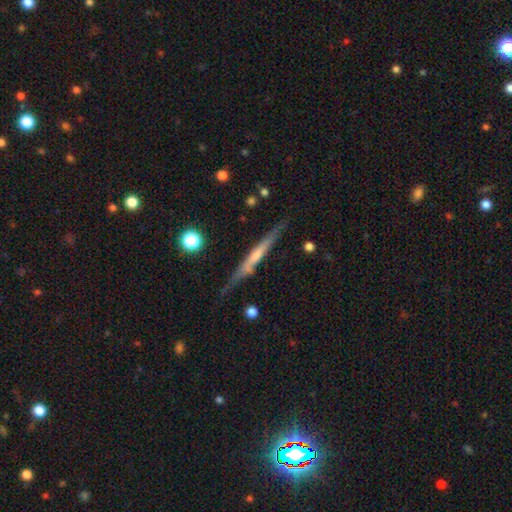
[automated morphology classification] Smooth or featured? featured or disk (73%)
Edge-on disk? yes (97%)
Edge-on bulge? rounded (58%)
Merging? none (87%)